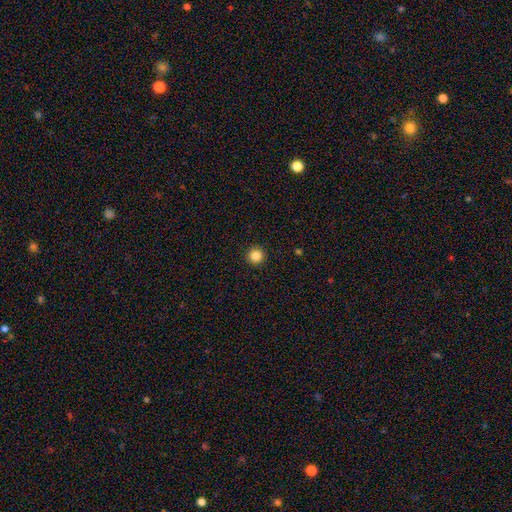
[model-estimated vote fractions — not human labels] Morphology: type=smooth (85%); roundness=round (96%); merging=none (93%).